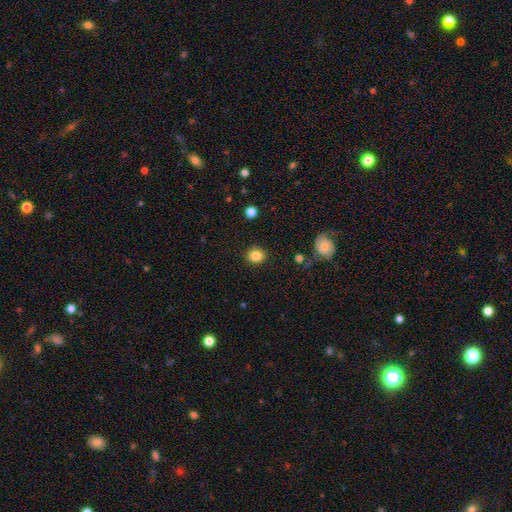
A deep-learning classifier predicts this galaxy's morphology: Smooth or featured? smooth (84%)
How rounded? round (82%)
Merging? none (91%)